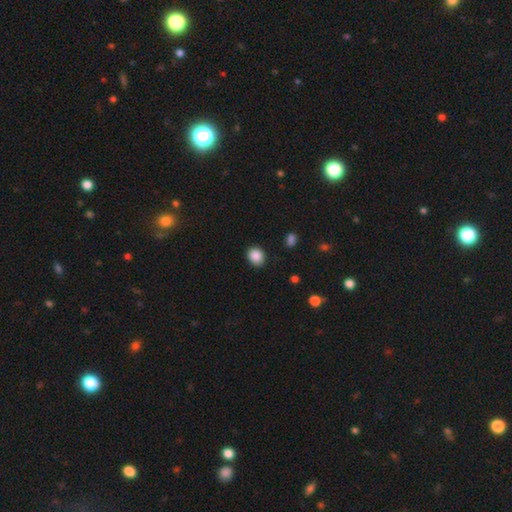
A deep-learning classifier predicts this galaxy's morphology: Q: Smooth or featured?
A: smooth (88%); runner-up: star or artifact (9%)
Q: How rounded?
A: round (66%); runner-up: in between (34%)
Q: Merging?
A: none (87%); runner-up: minor disturbance (9%)